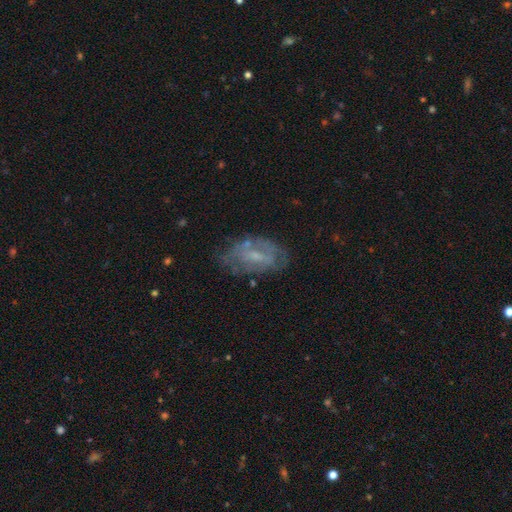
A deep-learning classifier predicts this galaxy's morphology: featured or disk 61%, smooth 30%, star or artifact 9%. Down the decision tree: edge-on disk — no (93%); bar — no (46%); spiral arms — yes (53%); bulge size — small (48%); merging — none (62%).